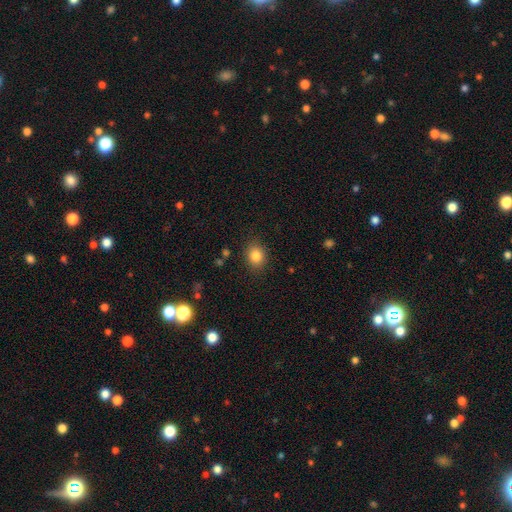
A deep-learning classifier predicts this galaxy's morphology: Smooth or featured? Predicted: smooth (p=0.84). How rounded? Predicted: round (p=0.56). Merging? Predicted: none (p=0.86).